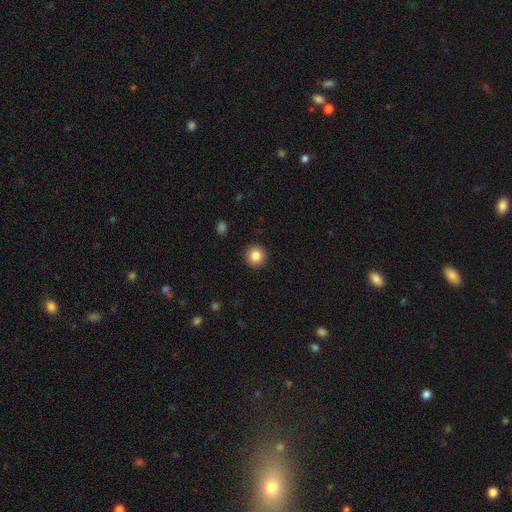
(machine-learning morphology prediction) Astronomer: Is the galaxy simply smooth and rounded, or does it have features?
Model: smooth — 85%.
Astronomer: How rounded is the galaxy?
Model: round — 95%.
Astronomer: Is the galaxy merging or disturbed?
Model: none — 93%.